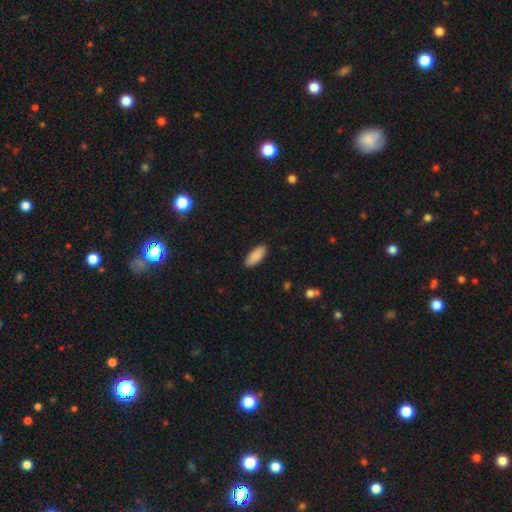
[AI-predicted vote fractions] smooth 90%, star or artifact 6%, featured or disk 4%. Down the decision tree: how rounded — in between (84%); merging — none (89%).